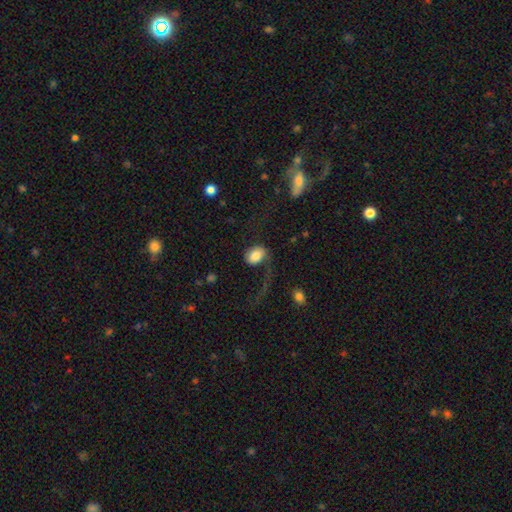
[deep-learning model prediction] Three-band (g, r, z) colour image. It shows a smooth galaxy with no disk features (70%) that is in between round and cigar-shaped (78%). Merging: none (40%, tied with major disturbance).